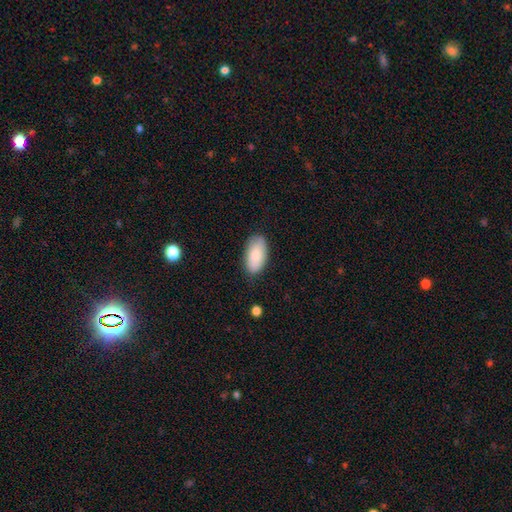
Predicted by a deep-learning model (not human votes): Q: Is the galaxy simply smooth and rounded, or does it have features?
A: smooth — 85%.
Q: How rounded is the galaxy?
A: in between — 95%.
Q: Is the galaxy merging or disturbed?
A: none — 82%.